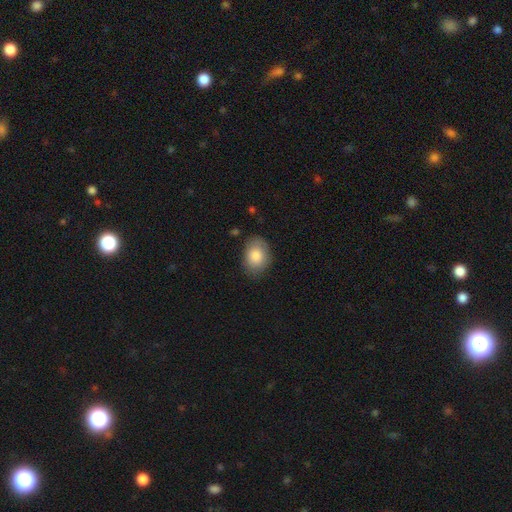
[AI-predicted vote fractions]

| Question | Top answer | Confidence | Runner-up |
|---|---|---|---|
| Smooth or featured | smooth | 83% | featured or disk (10%) |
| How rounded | in between | 73% | round (26%) |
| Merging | none | 78% | minor disturbance (17%) |